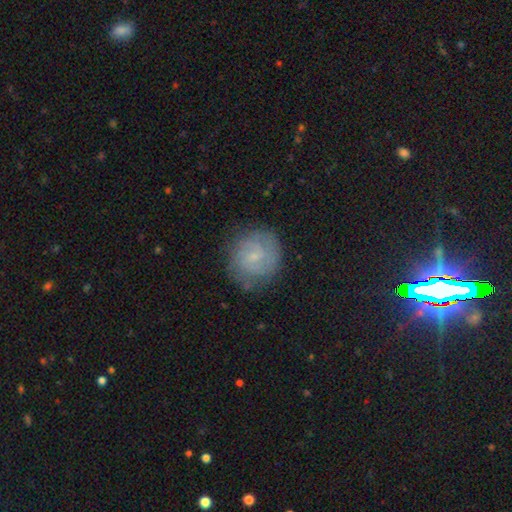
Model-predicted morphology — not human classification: A featured or disk galaxy (50%).

Vote fractions:
- Smooth or featured? featured or disk: 50% / smooth: 41% / star or artifact: 9%
- Merging? none: 78% / minor disturbance: 16% / major disturbance: 5% / merger: 1%